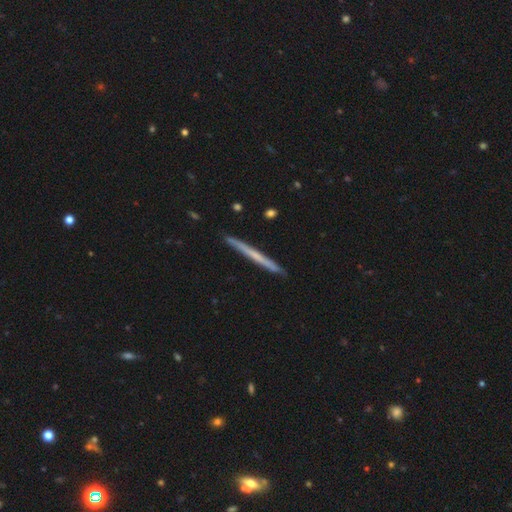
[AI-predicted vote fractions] smooth_or_featured: featured or disk (p=0.51) [alt: smooth p=0.44]
disk_edge_on: yes (p=0.97) [alt: no p=0.03]
merging: none (p=0.92) [alt: minor disturbance p=0.06]